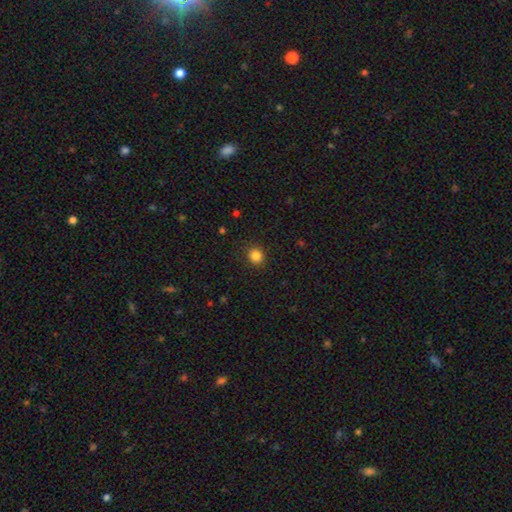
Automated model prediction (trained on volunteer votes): Q: Smooth or featured?
A: smooth (84%); runner-up: star or artifact (12%)
Q: How rounded?
A: round (83%); runner-up: in between (16%)
Q: Merging?
A: none (91%); runner-up: minor disturbance (6%)